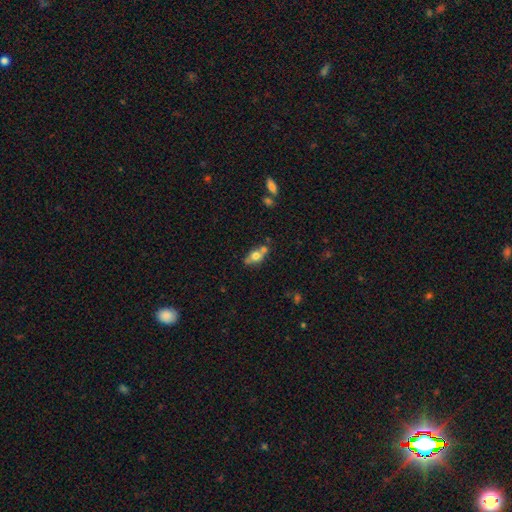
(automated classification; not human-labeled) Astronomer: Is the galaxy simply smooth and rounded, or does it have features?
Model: smooth — 65%.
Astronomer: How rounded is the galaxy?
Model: in between — 75%.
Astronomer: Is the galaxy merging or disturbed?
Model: none — 51% (runner-up: merger, 29%).